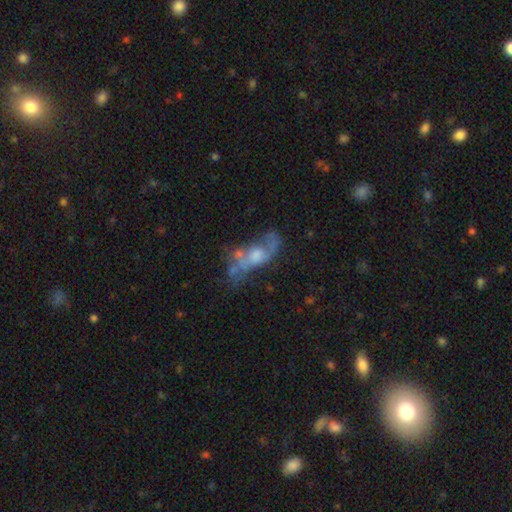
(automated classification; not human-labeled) Morphology: type=featured or disk (64%); edge-on=no (86%); bar=no (70%); spiral arms=yes (66%); bulge=moderate (48%); merging=none (43%).